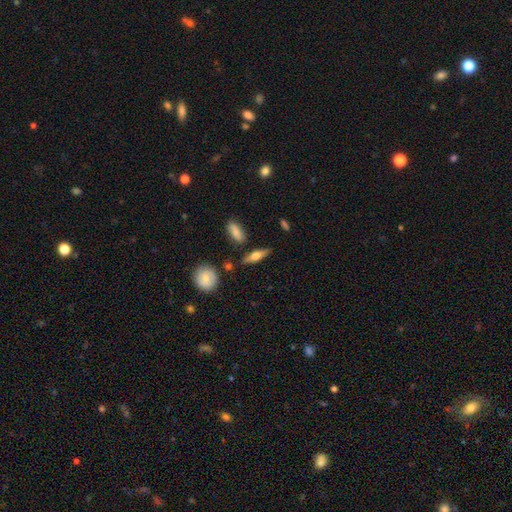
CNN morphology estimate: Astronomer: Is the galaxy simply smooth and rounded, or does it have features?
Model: featured or disk — 51% (runner-up: smooth, 43%).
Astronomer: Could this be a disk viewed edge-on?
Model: yes — 91%.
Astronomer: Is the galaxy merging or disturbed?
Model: none — 82%.